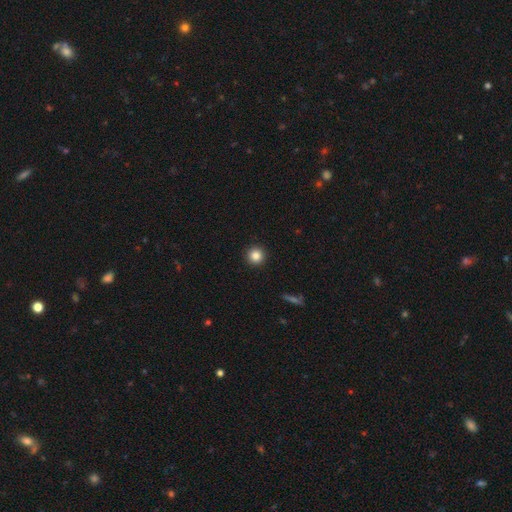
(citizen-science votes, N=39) A smooth galaxy with no disk features (82%) that is round (97%). Merging: none (94%).